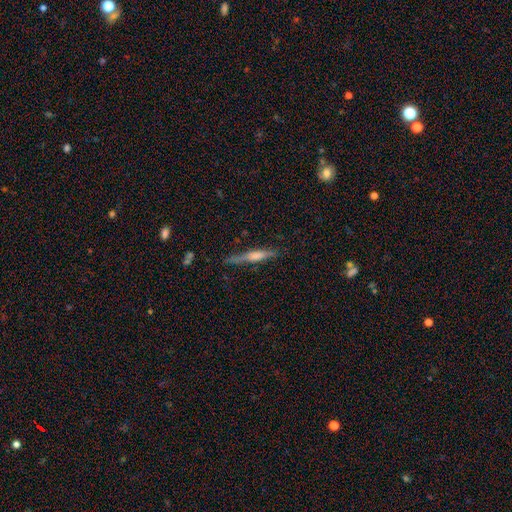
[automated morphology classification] Q: Smooth or featured?
A: featured or disk (62%); runner-up: smooth (31%)
Q: Edge-on disk?
A: yes (96%); runner-up: no (4%)
Q: Edge-on bulge?
A: rounded (57%); runner-up: boxy (25%)
Q: Merging?
A: none (80%); runner-up: minor disturbance (15%)